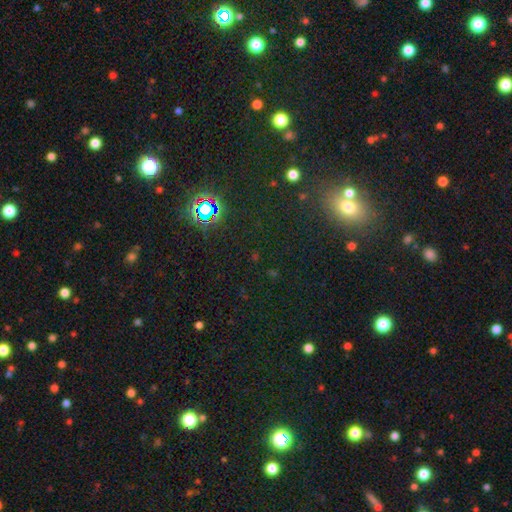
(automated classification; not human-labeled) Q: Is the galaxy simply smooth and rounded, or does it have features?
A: star or artifact — 55%.